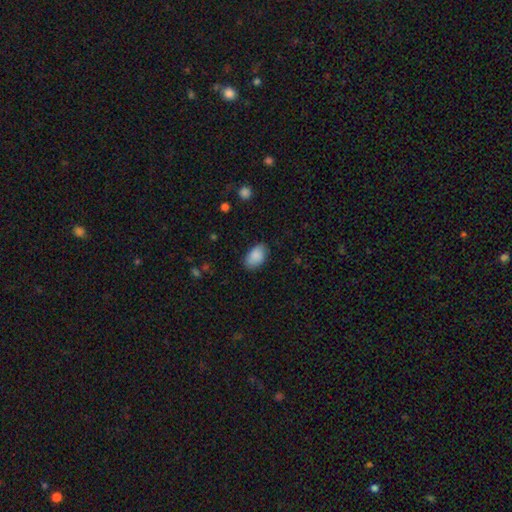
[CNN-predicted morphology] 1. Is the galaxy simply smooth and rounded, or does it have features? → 88% smooth, 7% star or artifact, 5% featured or disk.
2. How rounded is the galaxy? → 91% in between, 7% round, 1% cigar-shaped.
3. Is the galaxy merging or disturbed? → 78% none, 17% minor disturbance, 3% major disturbance, 1% merger.